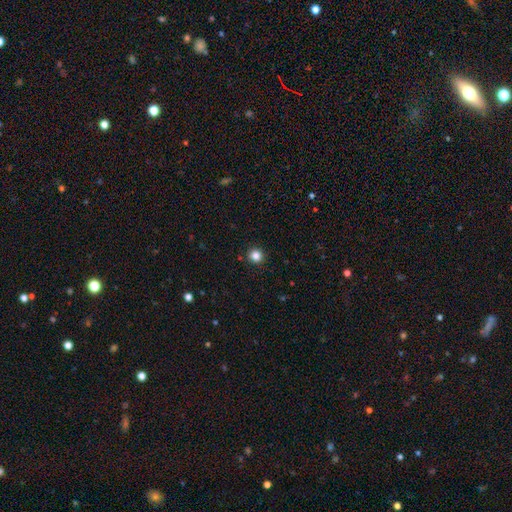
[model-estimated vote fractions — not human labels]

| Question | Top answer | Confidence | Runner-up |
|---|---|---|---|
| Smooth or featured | smooth | 83% | star or artifact (12%) |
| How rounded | round | 93% | in between (6%) |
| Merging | none | 92% | minor disturbance (5%) |